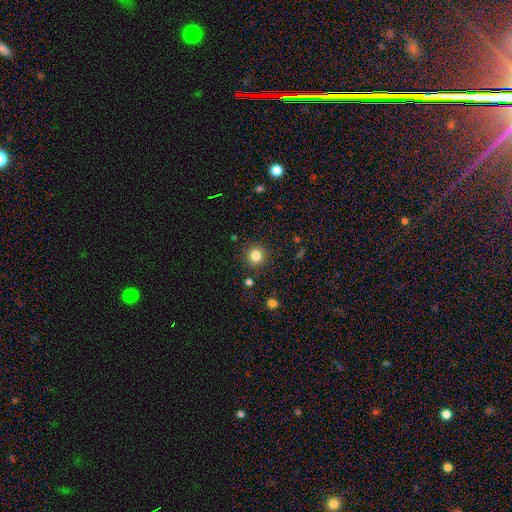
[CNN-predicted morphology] Smooth or featured? smooth (82%)
How rounded? round (93%)
Merging? none (89%)